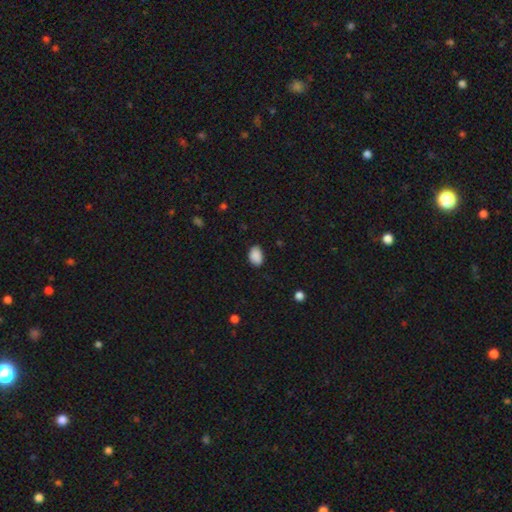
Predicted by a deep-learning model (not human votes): This appears to be a smooth galaxy with no disk features (89%) that is in between round and cigar-shaped (85%). Merging: none (83%).